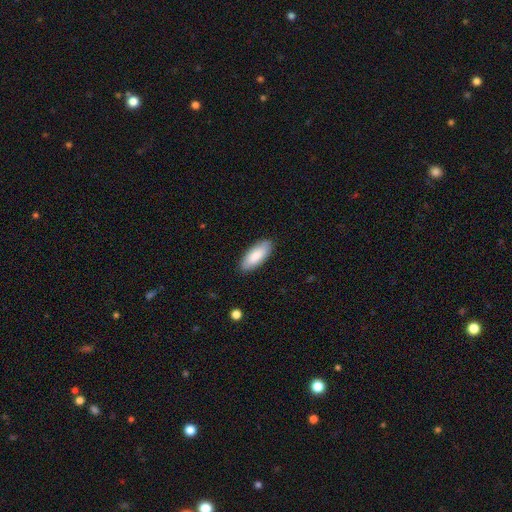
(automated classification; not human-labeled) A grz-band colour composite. It shows a smooth galaxy with no disk features (86%) that is in between round and cigar-shaped (82%). Merging: none (88%).